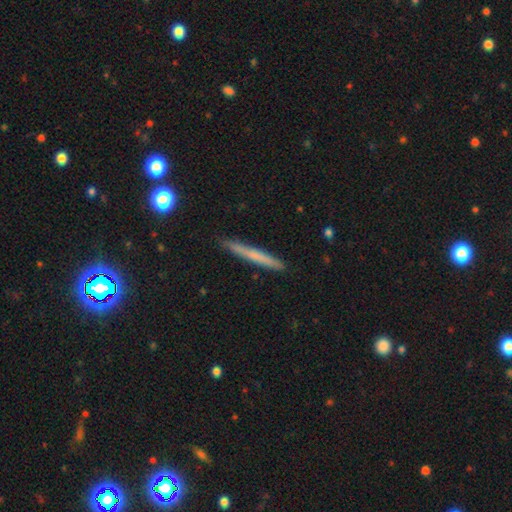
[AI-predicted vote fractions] This is possibly a smooth galaxy (58%). How rounded: clearly cigar-shaped (96%). Merging: clearly none (90%).